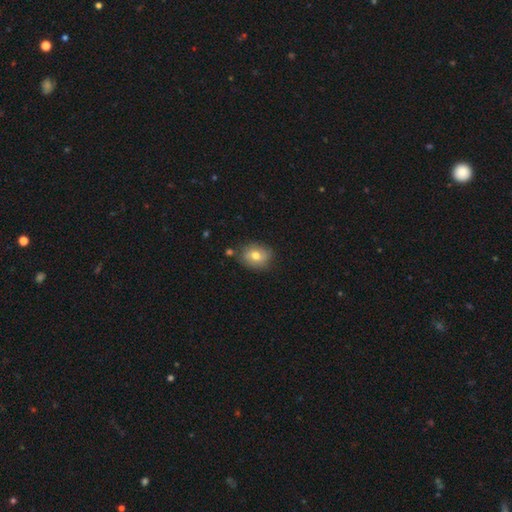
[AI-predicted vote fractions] This is likely a smooth galaxy (71%). How rounded: possibly round (53%). Merging: likely none (75%).